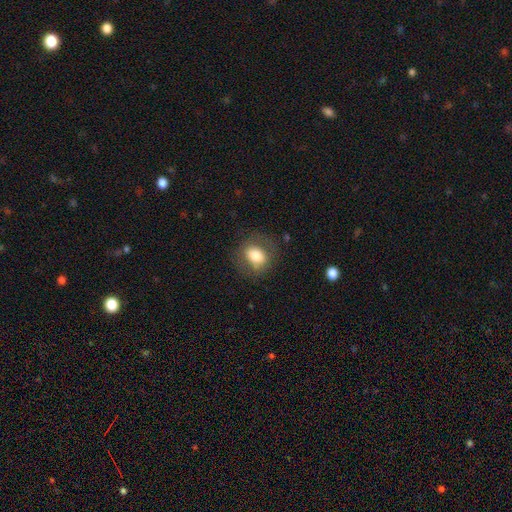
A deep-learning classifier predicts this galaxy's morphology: type=smooth (73%); roundness=in between (57%); merging=none (73%).